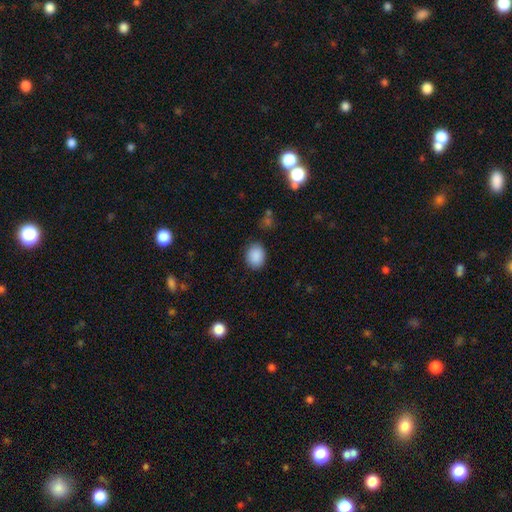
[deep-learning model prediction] Q: Smooth or featured?
A: smooth (89%); runner-up: star or artifact (8%)
Q: How rounded?
A: in between (50%); runner-up: round (49%)
Q: Merging?
A: none (85%); runner-up: minor disturbance (10%)